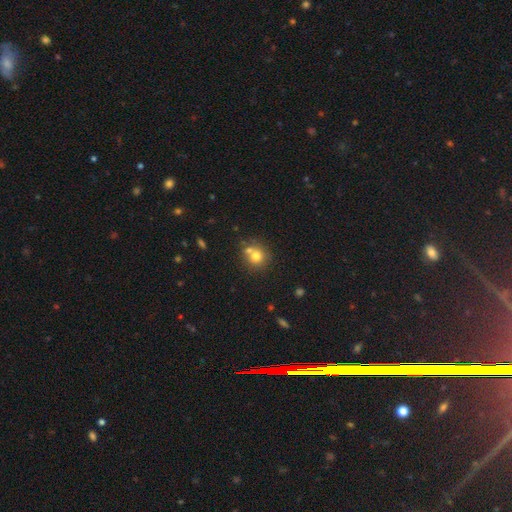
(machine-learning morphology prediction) Q: Smooth or featured?
A: smooth (73%); runner-up: featured or disk (14%)
Q: How rounded?
A: round (85%); runner-up: in between (14%)
Q: Merging?
A: none (56%); runner-up: merger (30%)